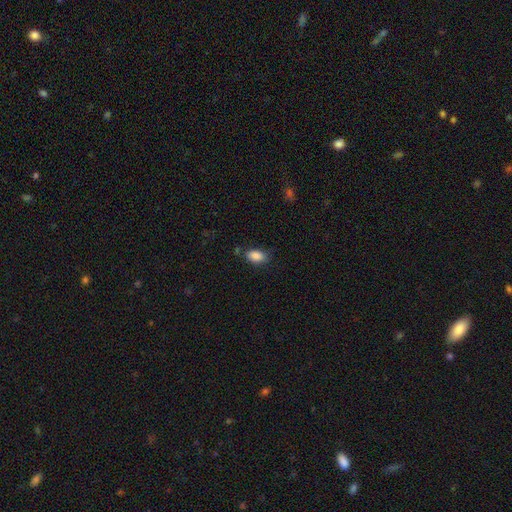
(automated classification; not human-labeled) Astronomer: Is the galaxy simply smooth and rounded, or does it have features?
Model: smooth — 87%.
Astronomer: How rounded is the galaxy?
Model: in between — 91%.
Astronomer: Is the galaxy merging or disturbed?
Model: none — 75%.